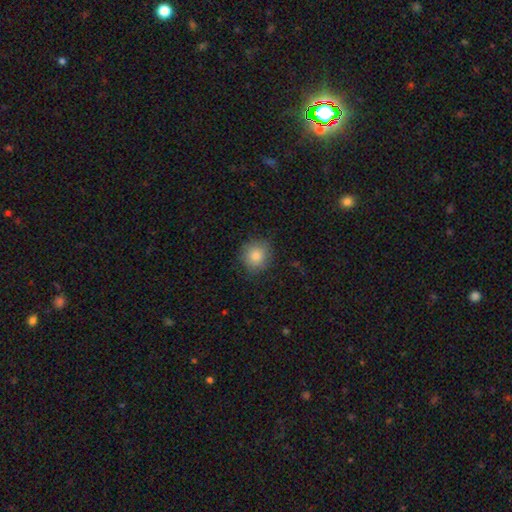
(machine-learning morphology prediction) The model was most divided on "merging": none: 83%, minor disturbance: 13%, major disturbance: 3%, merger: 1%. More confident: how rounded — round (89%); smooth or featured — smooth (83%).